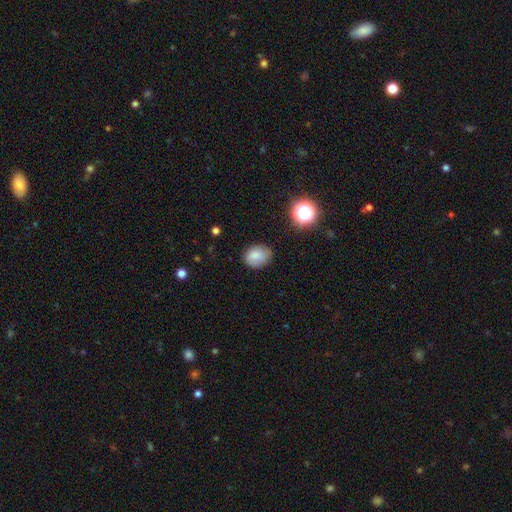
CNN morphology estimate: Smooth or featured: smooth — 81% (star or artifact — 10%)
How rounded: in between — 61% (round — 38%)
Merging: none — 75% (minor disturbance — 20%)